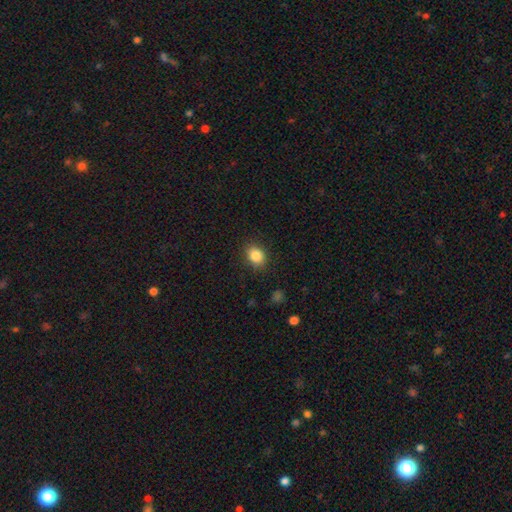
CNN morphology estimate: Overall: smooth (85%). How rounded: in between (59%; round 40%). Merging: none (87%).